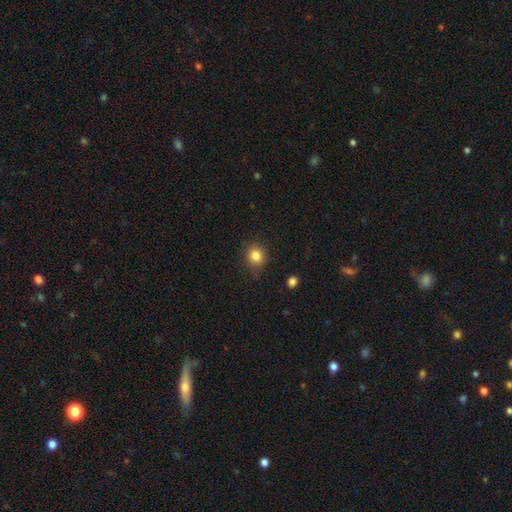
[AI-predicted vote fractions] Morphology: type=smooth (83%); roundness=round (89%); merging=none (85%).